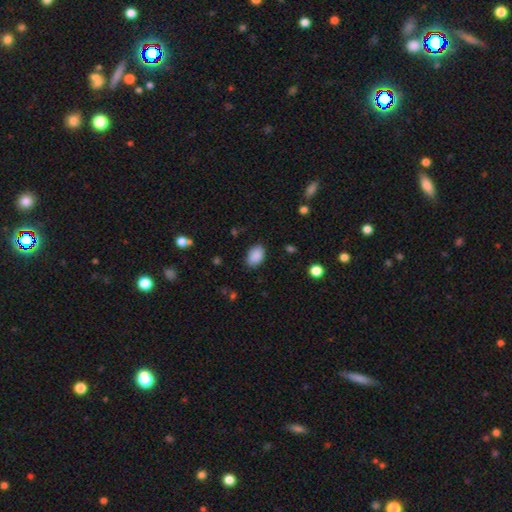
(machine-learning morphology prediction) type=smooth (89%); roundness=in between (86%); merging=none (85%).